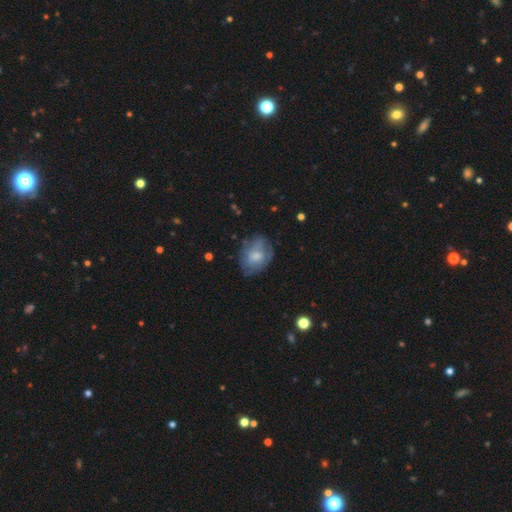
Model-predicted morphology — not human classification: type=smooth (56%); roundness=in between (65%); merging=none (61%).